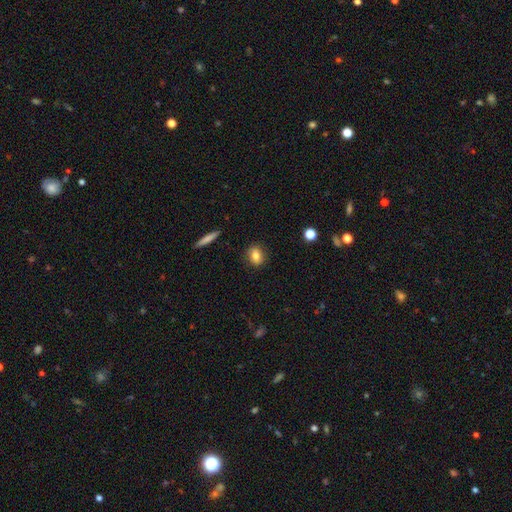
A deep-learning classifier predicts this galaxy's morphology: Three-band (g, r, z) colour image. It shows a smooth galaxy with no disk features (80%) that is in between round and cigar-shaped (49%). Merging: none (88%).